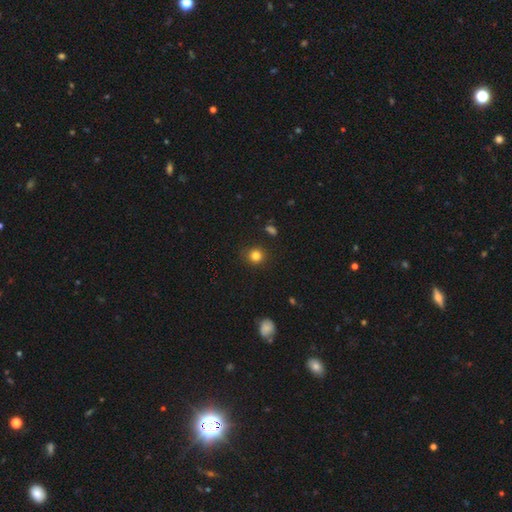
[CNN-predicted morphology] Smooth or featured? smooth (82%)
How rounded? round (90%)
Merging? none (88%)